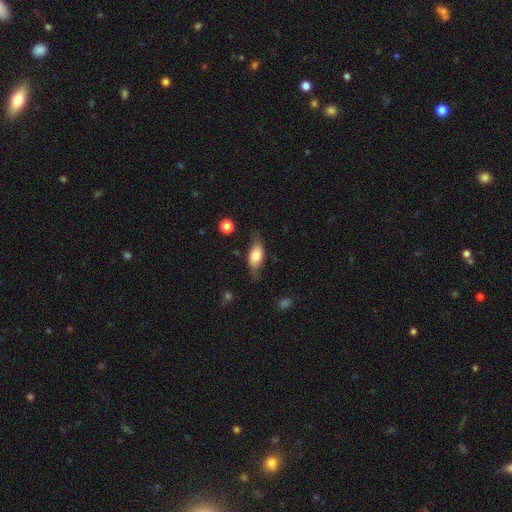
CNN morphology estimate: A smooth galaxy with no disk features (71%) that is in between round and cigar-shaped (82%). Merging: none (70%).